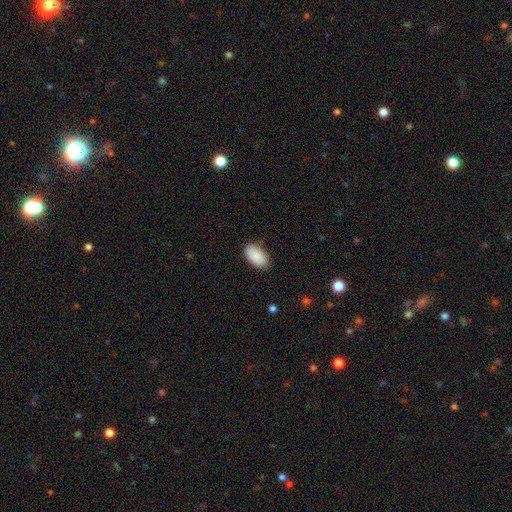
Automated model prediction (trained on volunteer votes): A smooth galaxy with no disk features (90%) that is in between round and cigar-shaped (95%). Merging: none (80%).